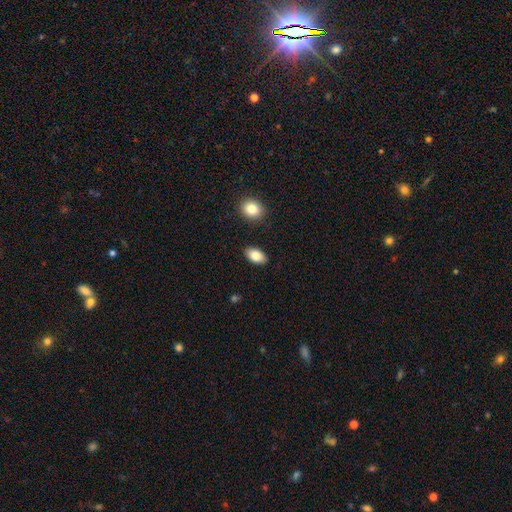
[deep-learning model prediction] A smooth galaxy with no disk features (86%) that is in between round and cigar-shaped (93%).

Vote fractions:
- Smooth or featured? smooth: 86% / featured or disk: 7% / star or artifact: 7%
- How rounded? in between: 93% / round: 6% / cigar-shaped: 2%
- Merging? none: 88% / minor disturbance: 8% / merger: 2% / major disturbance: 2%